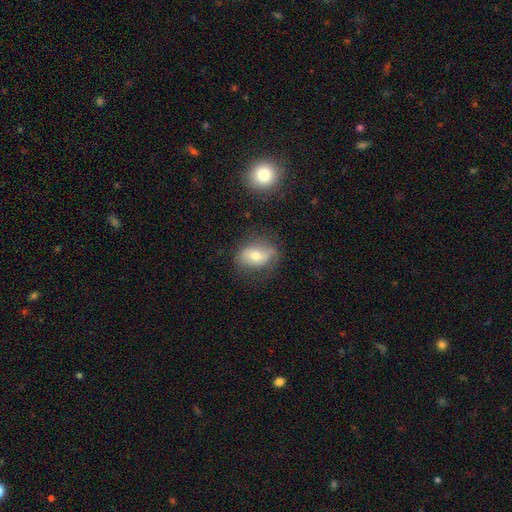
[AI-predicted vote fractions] Smooth or featured? smooth (62%)
How rounded? in between (76%)
Merging? none (63%)